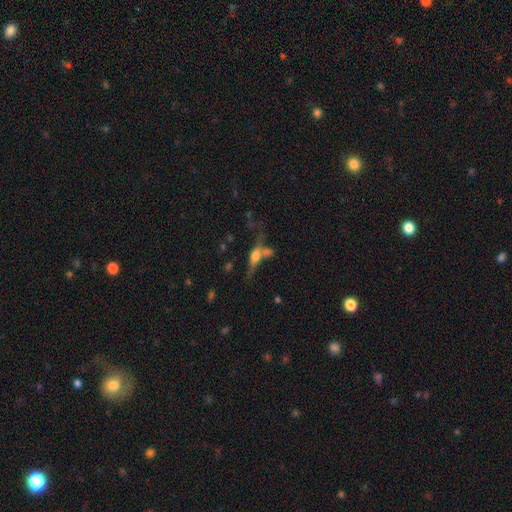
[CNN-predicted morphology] Overall: featured or disk (46%; smooth 41%). Merging: none (37%; merger 32%).